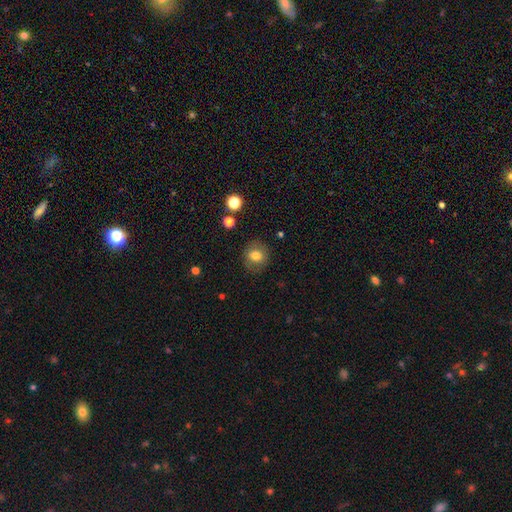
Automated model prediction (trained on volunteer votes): A smooth galaxy with no disk features (75%) that is round (82%).

Vote fractions:
- Smooth or featured? smooth: 75% / featured or disk: 14% / star or artifact: 10%
- How rounded? round: 82% / in between: 17% / cigar-shaped: 1%
- Merging? none: 85% / minor disturbance: 10% / major disturbance: 4% / merger: 1%